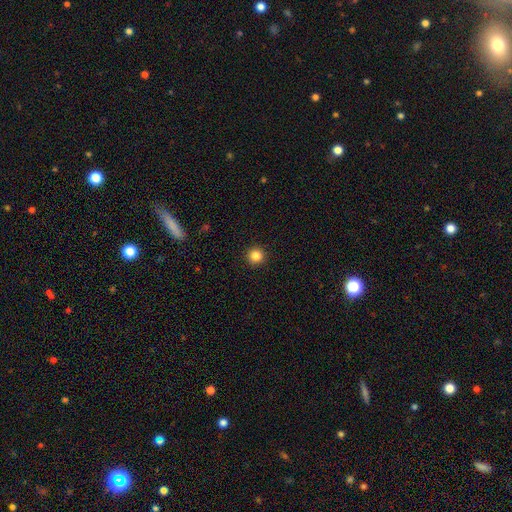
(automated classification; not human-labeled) Q: Smooth or featured?
A: smooth (85%); runner-up: star or artifact (11%)
Q: How rounded?
A: round (95%); runner-up: in between (4%)
Q: Merging?
A: none (93%); runner-up: minor disturbance (5%)